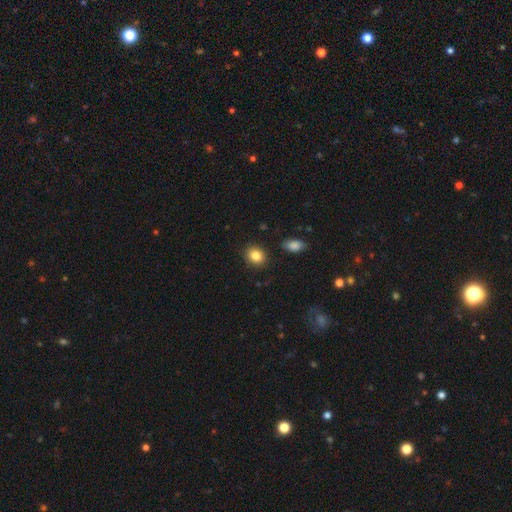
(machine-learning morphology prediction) smooth 85%, star or artifact 9%, featured or disk 6%. Down the decision tree: how rounded — round (56%); merging — none (87%).